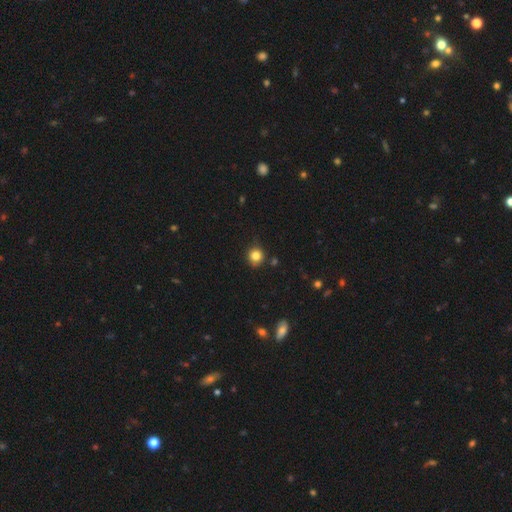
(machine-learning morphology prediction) Smooth or featured? Predicted: smooth (p=0.83). How rounded? Predicted: round (p=0.91). Merging? Predicted: none (p=0.85).